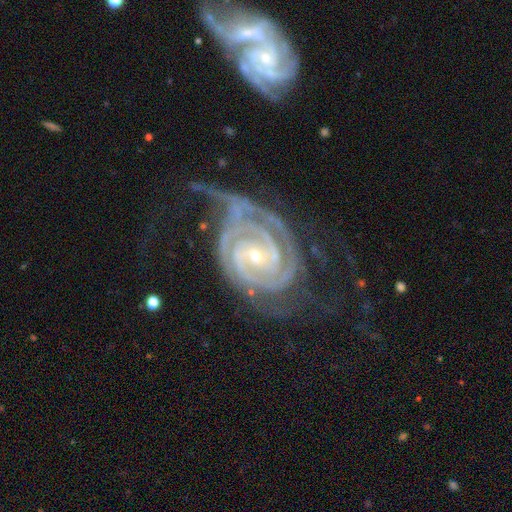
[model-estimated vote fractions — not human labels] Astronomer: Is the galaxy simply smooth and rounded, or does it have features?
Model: featured or disk — 92%.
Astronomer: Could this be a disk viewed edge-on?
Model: no — 97%.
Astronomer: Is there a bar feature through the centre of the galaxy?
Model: no — 50% (runner-up: weak, 32%).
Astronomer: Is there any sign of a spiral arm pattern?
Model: yes — 99%.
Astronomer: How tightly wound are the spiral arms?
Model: tight — 80%.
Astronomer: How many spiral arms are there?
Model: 2 — 43% (runner-up: 3, 20%).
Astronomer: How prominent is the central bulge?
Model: small — 73%.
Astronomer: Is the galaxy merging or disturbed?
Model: none — 43% (runner-up: major disturbance, 30%).